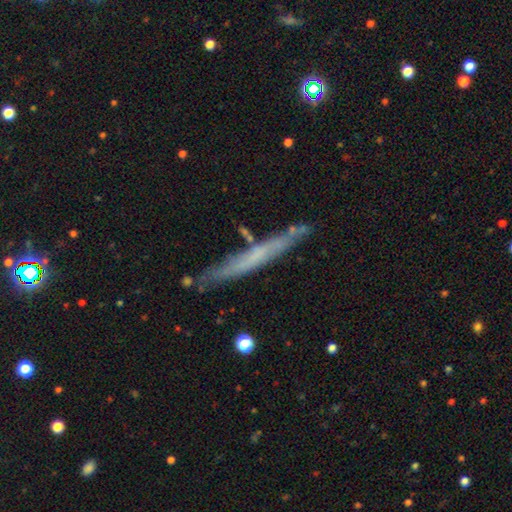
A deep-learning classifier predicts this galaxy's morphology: Smooth or featured? featured or disk (50%)
Merging? none (79%)